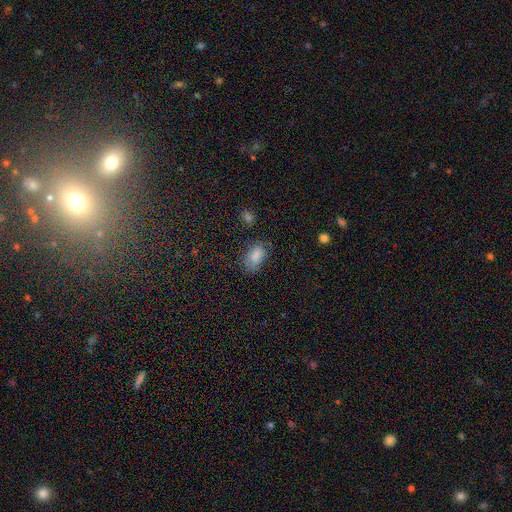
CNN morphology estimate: type=smooth (80%); roundness=in between (91%); merging=none (67%).